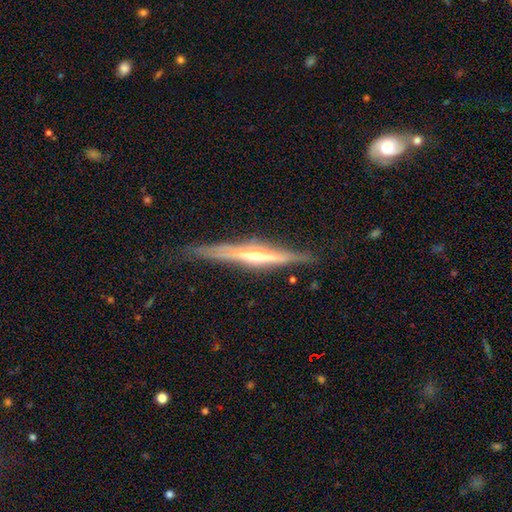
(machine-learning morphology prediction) type=featured or disk (79%); edge-on=yes (96%); edge-on bulge=rounded (72%); merging=none (83%).